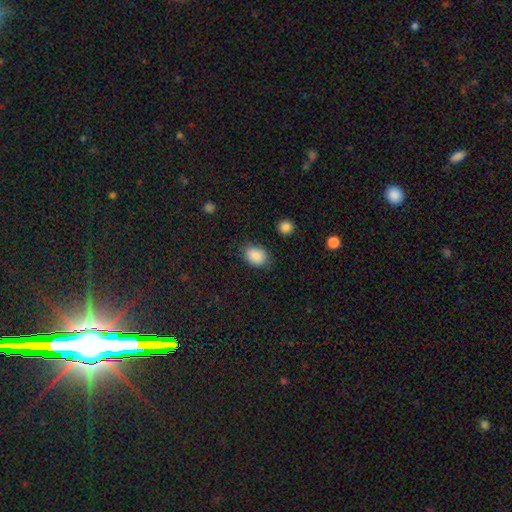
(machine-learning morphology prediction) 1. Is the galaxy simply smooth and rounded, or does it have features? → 88% smooth, 8% star or artifact, 4% featured or disk.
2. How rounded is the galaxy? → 73% in between, 26% round, 1% cigar-shaped.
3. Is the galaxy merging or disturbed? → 77% none, 17% minor disturbance, 4% major disturbance, 2% merger.